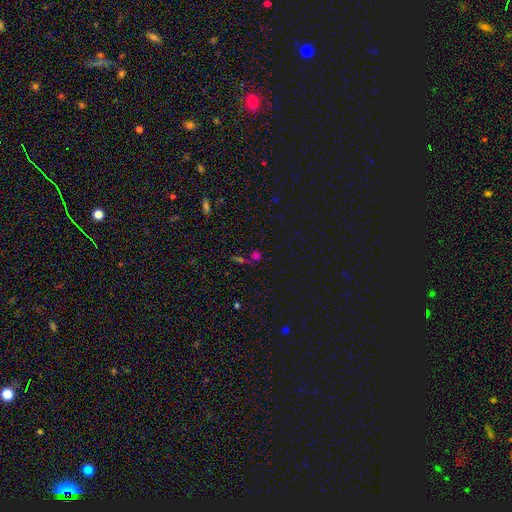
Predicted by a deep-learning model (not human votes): Smooth or featured?
  - star or artifact: 48% *
  - smooth: 41%
  - featured or disk: 11%